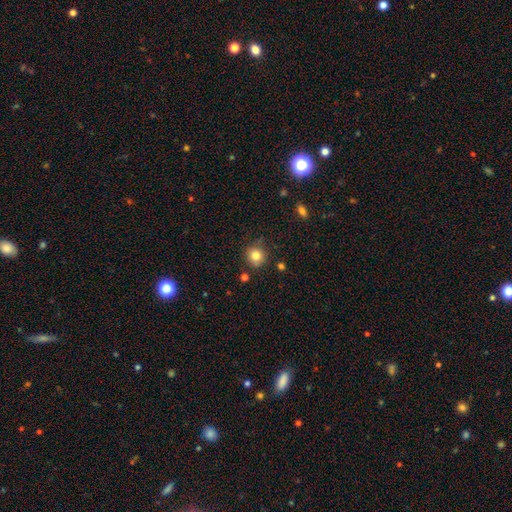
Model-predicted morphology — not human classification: This appears to be a smooth galaxy with no disk features (81%) that is round (90%). Merging: none (82%).